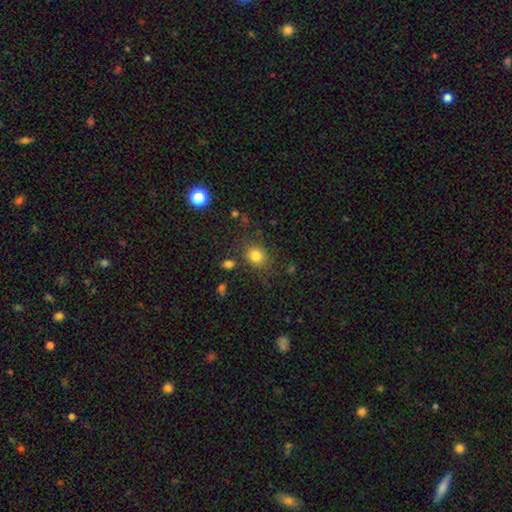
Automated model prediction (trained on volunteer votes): Smooth or featured? smooth (80%)
How rounded? round (68%)
Merging? none (78%)